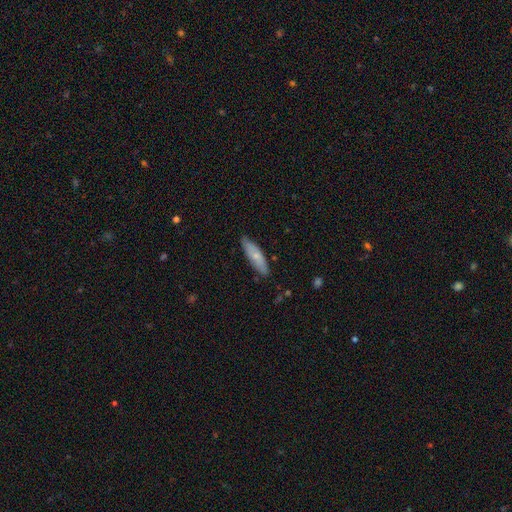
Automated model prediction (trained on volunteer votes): smooth 63%, featured or disk 31%, star or artifact 6%. Down the decision tree: how rounded — cigar-shaped (55%); merging — none (82%).